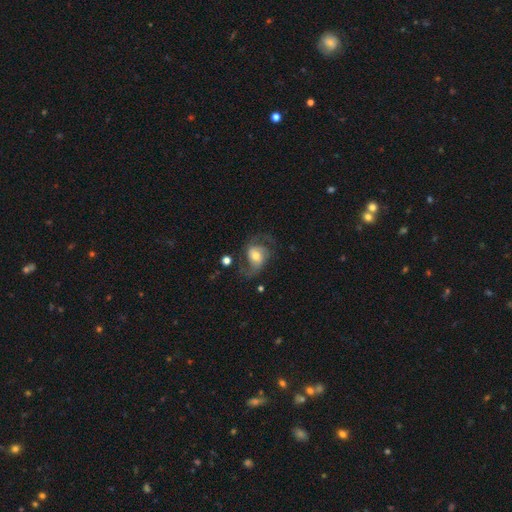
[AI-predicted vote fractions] smooth-or-featured: featured or disk: 69% | smooth: 23% | star or artifact: 7%
  disk-edge-on: no: 97% | yes: 3%
    bar: no: 54% | weak: 35% | strong: 11%
    has-spiral-arms: yes: 89% | no: 11%
      spiral-winding: loose: 47% | medium: 42% | tight: 11%
      spiral-arm-count: 2: 75% | can't tell: 8% | 3: 8% | 1: 5% | 4: 2% | more than 4: 2%
    bulge-size: moderate: 65% | small: 19% | large: 13% | dominant: 2% | none: 2%
  merging: none: 53% | major disturbance: 24% | minor disturbance: 19% | merger: 3%